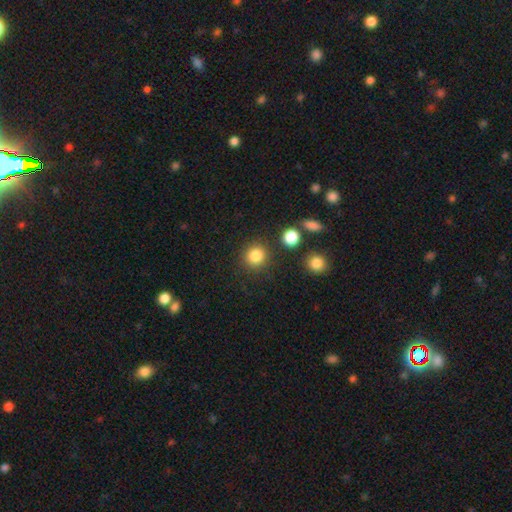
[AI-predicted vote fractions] smooth-or-featured: smooth: 84% | star or artifact: 11% | featured or disk: 5%
  how-rounded: round: 90% | in between: 9% | cigar-shaped: 1%
  merging: none: 86% | minor disturbance: 7% | merger: 4% | major disturbance: 3%